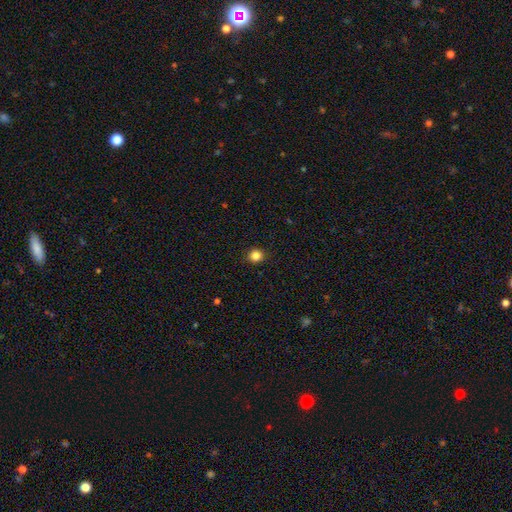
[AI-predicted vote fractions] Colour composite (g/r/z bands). It shows a smooth galaxy with no disk features (84%) that is round (86%). Merging: none (90%).